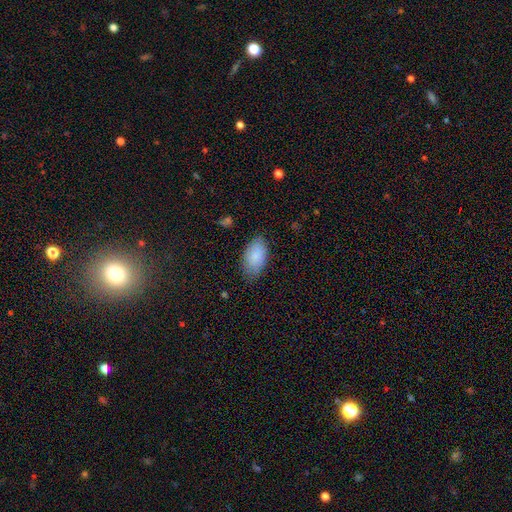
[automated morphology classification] This appears to be a smooth galaxy with no disk features (86%) that is in between round and cigar-shaped (94%). Merging: none (75%).